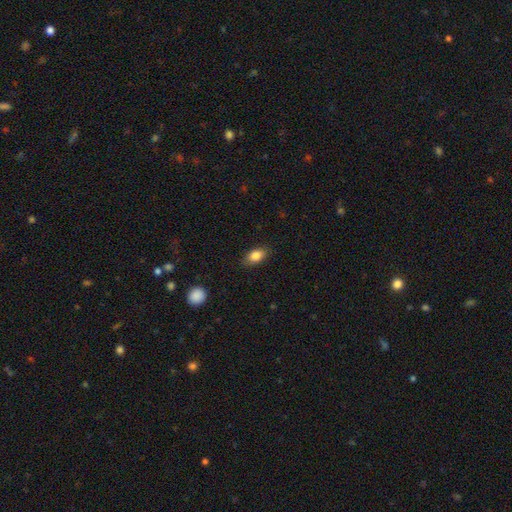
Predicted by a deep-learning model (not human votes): smooth 84%, featured or disk 9%, star or artifact 8%. Down the decision tree: how rounded — in between (88%); merging — none (85%).